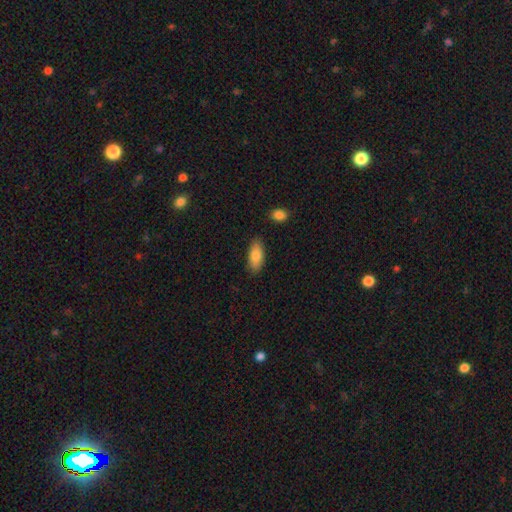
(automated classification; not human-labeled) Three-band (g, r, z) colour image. It shows a smooth galaxy with no disk features (81%) that is in between round and cigar-shaped (85%). Merging: none (85%).